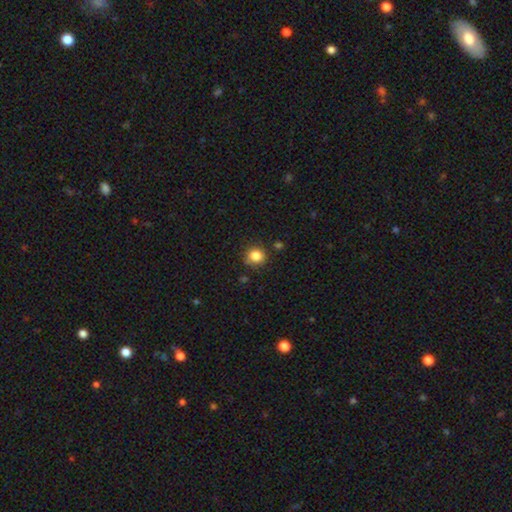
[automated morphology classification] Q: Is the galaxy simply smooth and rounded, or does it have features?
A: smooth — 84%.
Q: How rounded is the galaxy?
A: round — 85%.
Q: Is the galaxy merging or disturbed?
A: none — 80%.